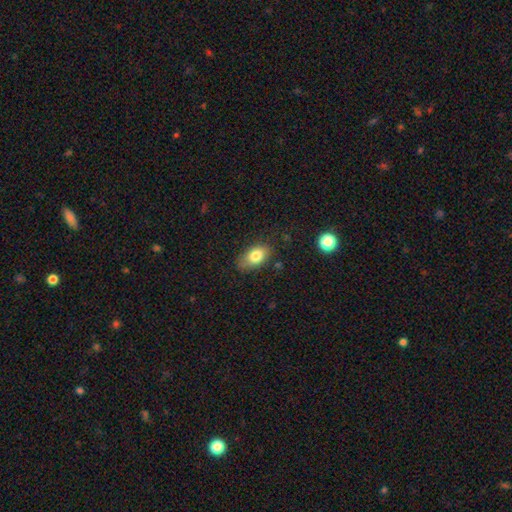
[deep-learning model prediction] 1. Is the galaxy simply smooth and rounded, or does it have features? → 81% smooth, 11% featured or disk, 8% star or artifact.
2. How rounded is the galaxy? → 89% in between, 9% round, 2% cigar-shaped.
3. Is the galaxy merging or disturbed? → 74% none, 20% minor disturbance, 5% major disturbance, 2% merger.